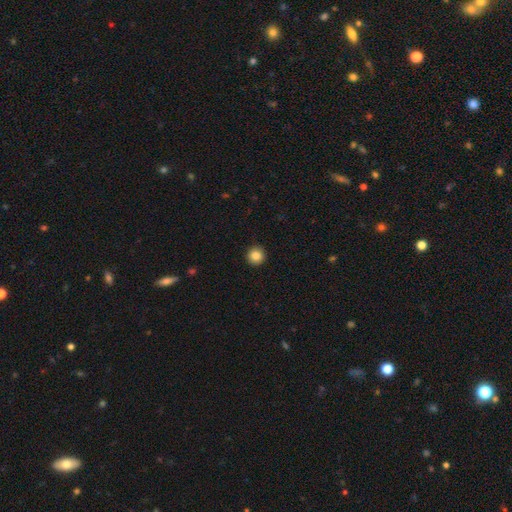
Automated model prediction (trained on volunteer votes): Smooth or featured?
  - smooth: 85% *
  - star or artifact: 9%
  - featured or disk: 5%
How rounded?
  - round: 96% *
  - in between: 3%
  - cigar-shaped: 1%
Merging?
  - none: 94% *
  - minor disturbance: 4%
  - major disturbance: 1%
  - merger: 1%